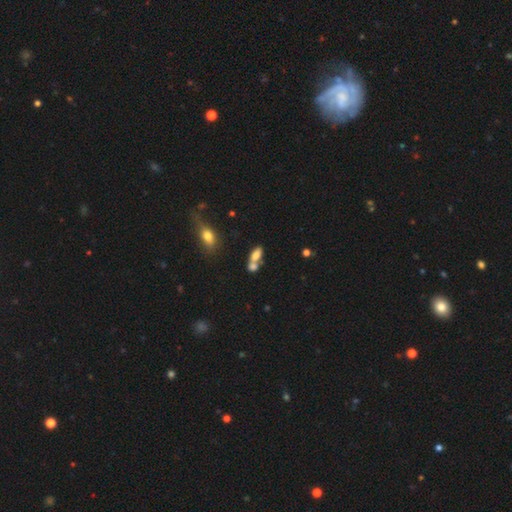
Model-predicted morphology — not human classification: A smooth galaxy with no disk features (74%) that is in between round and cigar-shaped (81%). Merging: merger (56%).